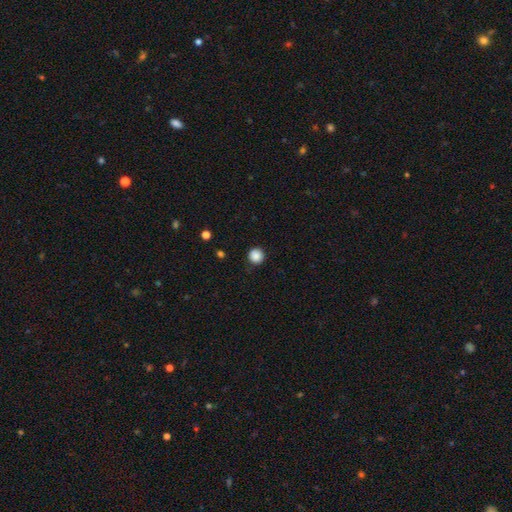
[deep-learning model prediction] Overall: smooth (87%). How rounded: round (95%). Merging: none (90%).